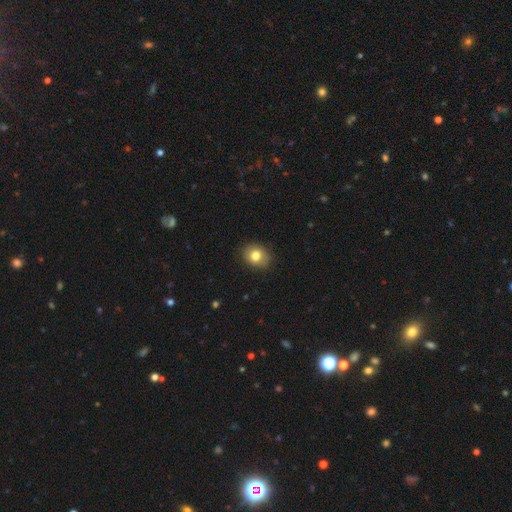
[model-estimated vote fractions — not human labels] This is likely a smooth galaxy (80%). How rounded: possibly round (55%). Merging: clearly none (86%).